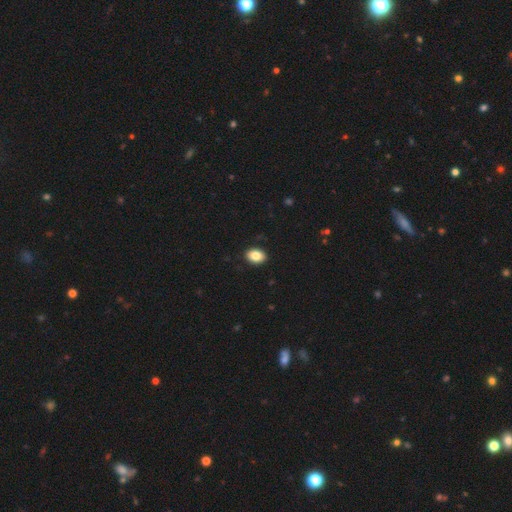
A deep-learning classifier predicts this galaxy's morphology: Smooth or featured?
  - smooth: 85% *
  - star or artifact: 8%
  - featured or disk: 7%
How rounded?
  - in between: 78% *
  - round: 20%
  - cigar-shaped: 1%
Merging?
  - none: 90% *
  - minor disturbance: 7%
  - major disturbance: 2%
  - merger: 1%